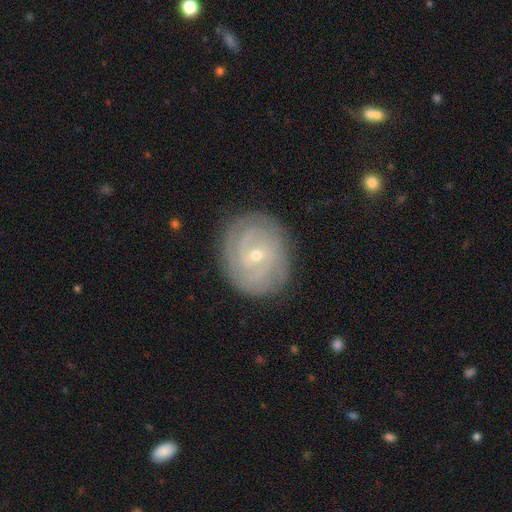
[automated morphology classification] smooth_or_featured: featured or disk (p=0.82) [alt: smooth p=0.12]
disk_edge_on: no (p=0.97) [alt: yes p=0.03]
bar: no (p=0.57) [alt: weak p=0.35]
has_spiral_arms: yes (p=0.95) [alt: no p=0.05]
spiral_winding: tight (p=0.79) [alt: medium p=0.17]
spiral_arm_count: can't tell (p=0.31) [alt: 2 p=0.24]
bulge_size: small (p=0.66) [alt: moderate p=0.32]
merging: none (p=0.83) [alt: minor disturbance p=0.12]